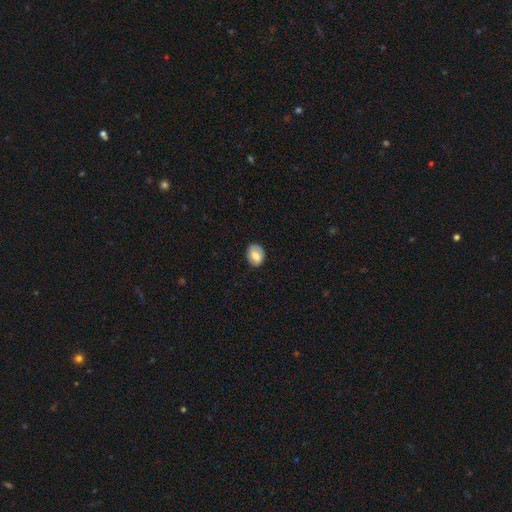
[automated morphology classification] smooth_or_featured: smooth (p=0.73) [alt: featured or disk p=0.19]
how_rounded: in between (p=0.62) [alt: round p=0.37]
merging: none (p=0.78) [alt: minor disturbance p=0.17]